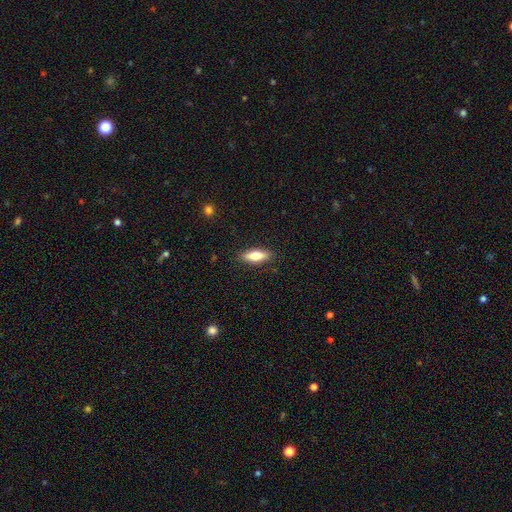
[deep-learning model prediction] smooth-or-featured: smooth: 70% | featured or disk: 24% | star or artifact: 6%
  how-rounded: in between: 55% | cigar-shaped: 43% | round: 2%
  merging: none: 88% | minor disturbance: 9% | major disturbance: 2% | merger: 1%